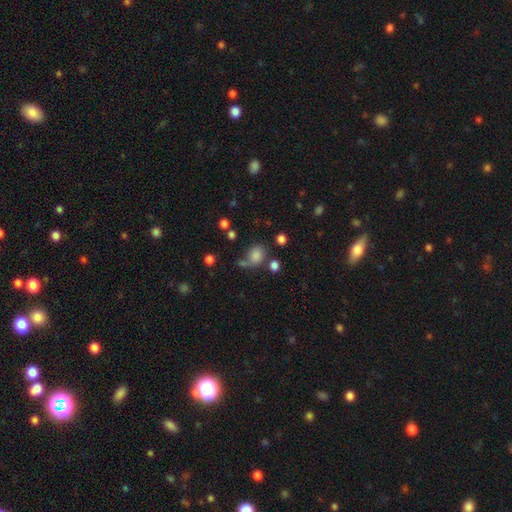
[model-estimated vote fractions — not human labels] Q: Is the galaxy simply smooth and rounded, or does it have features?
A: smooth — 79%.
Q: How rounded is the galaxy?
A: round — 58%.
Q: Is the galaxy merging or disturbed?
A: none — 53%.